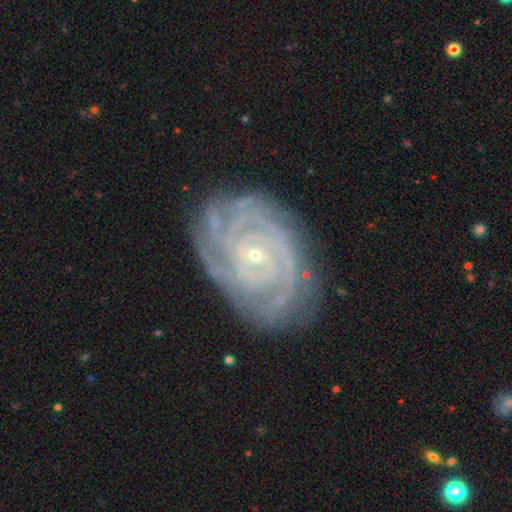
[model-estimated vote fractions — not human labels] A featured or disk galaxy (90%) with no bar (67%), 4 (21%, tied with can't tell) tight (82%) spiral arms (98%) and a small central bulge (83%).

Vote fractions:
- Smooth or featured? featured or disk: 90% / star or artifact: 6% / smooth: 4%
- Edge-on disk? no: 97% / yes: 3%
- Bar? no: 67% / weak: 24% / strong: 10%
- Spiral arms? yes: 98% / no: 2%
- Spiral winding? tight: 82% / medium: 15% / loose: 2%
- Spiral arm count? 4: 21% (tied) / can't tell: 21% (tied) / 3: 20% / 2: 17% / more than 4: 13% / 1: 8%
- Bulge size? small: 83% / moderate: 14% / none: 1% / large: 1% / dominant: 1%
- Merging? none: 79% / minor disturbance: 16% / major disturbance: 4% / merger: 1%